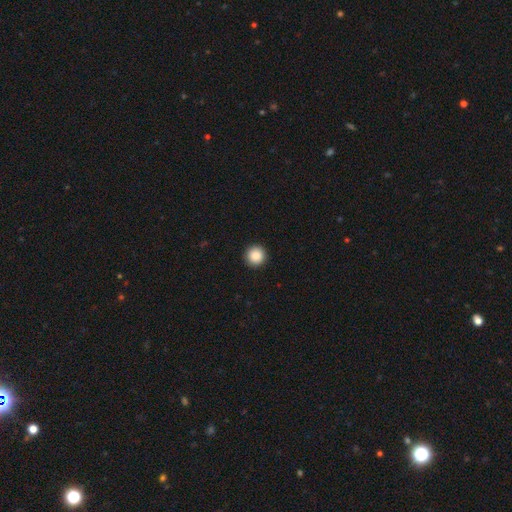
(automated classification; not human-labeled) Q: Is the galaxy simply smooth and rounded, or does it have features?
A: smooth — 88%.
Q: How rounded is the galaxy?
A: round — 96%.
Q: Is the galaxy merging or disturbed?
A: none — 94%.